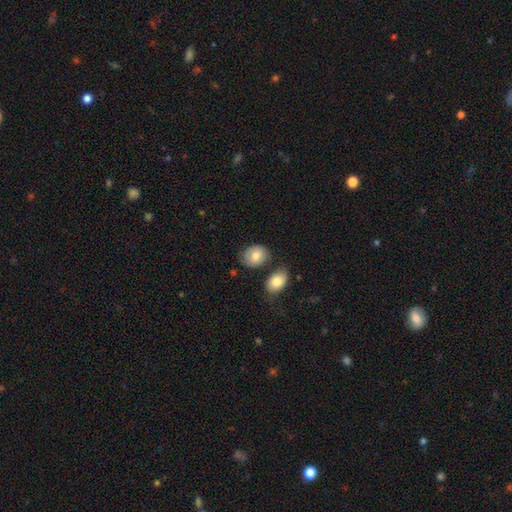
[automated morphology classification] This is likely a smooth galaxy (78%). How rounded: likely in between (61%). Merging: likely none (66%).